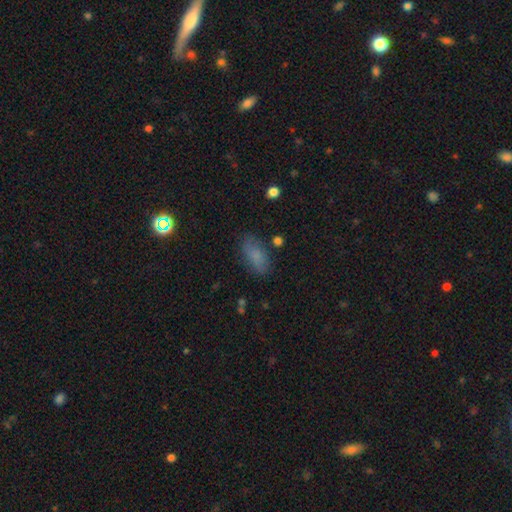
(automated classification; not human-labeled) Q: Smooth or featured?
A: smooth (77%); runner-up: featured or disk (12%)
Q: How rounded?
A: in between (88%); runner-up: cigar-shaped (8%)
Q: Merging?
A: none (74%); runner-up: minor disturbance (17%)